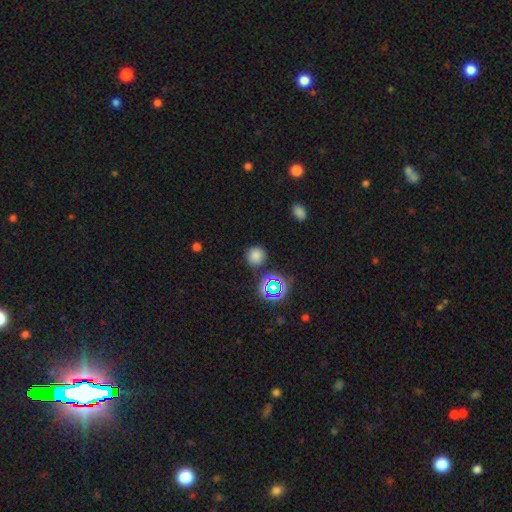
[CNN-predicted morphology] A smooth galaxy with no disk features (74%) that is round (92%). Merging: none (81%).